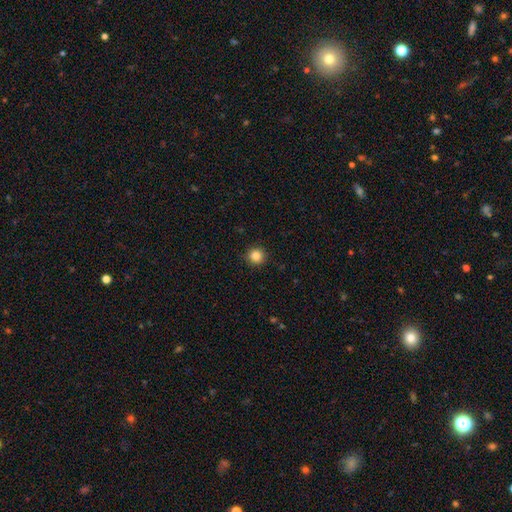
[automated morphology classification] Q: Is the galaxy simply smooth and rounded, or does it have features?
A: smooth — 85%.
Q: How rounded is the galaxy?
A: round — 95%.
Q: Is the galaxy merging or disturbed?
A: none — 92%.